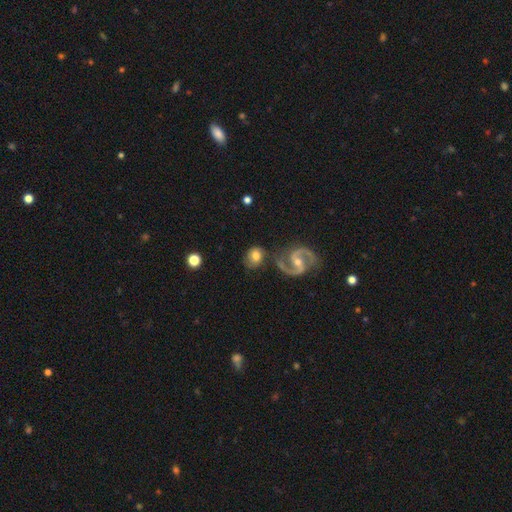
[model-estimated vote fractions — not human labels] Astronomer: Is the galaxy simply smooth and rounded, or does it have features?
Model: smooth — 51% (runner-up: featured or disk, 42%).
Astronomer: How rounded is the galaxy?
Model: round — 65%.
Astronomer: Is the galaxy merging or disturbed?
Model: none — 67%.